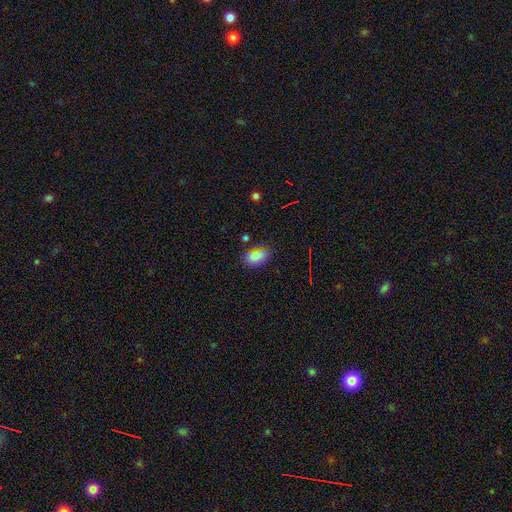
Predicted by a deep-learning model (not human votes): Smooth or featured: smooth — 81% (star or artifact — 13%)
How rounded: in between — 89% (round — 8%)
Merging: none — 70% (minor disturbance — 19%)